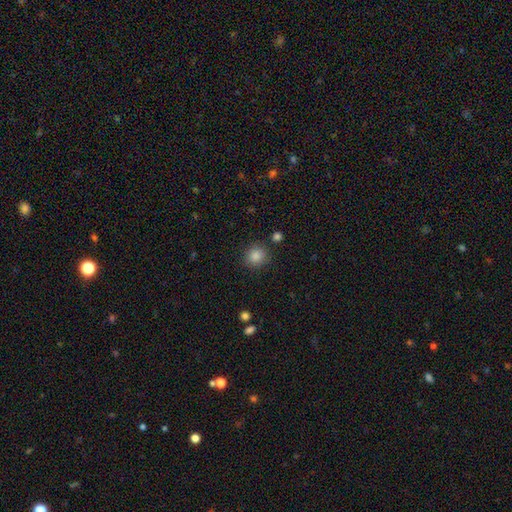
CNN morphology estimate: Smooth or featured: smooth — 83% (star or artifact — 12%)
How rounded: round — 88% (in between — 11%)
Merging: none — 88% (minor disturbance — 8%)